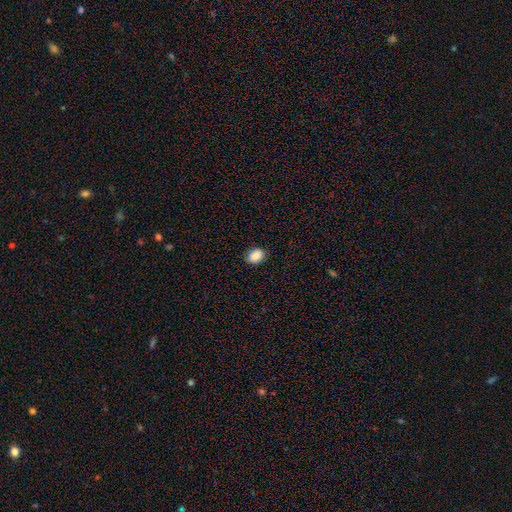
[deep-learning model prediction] Smooth or featured: smooth — 89% (star or artifact — 8%)
How rounded: in between — 68% (round — 31%)
Merging: none — 86% (minor disturbance — 10%)